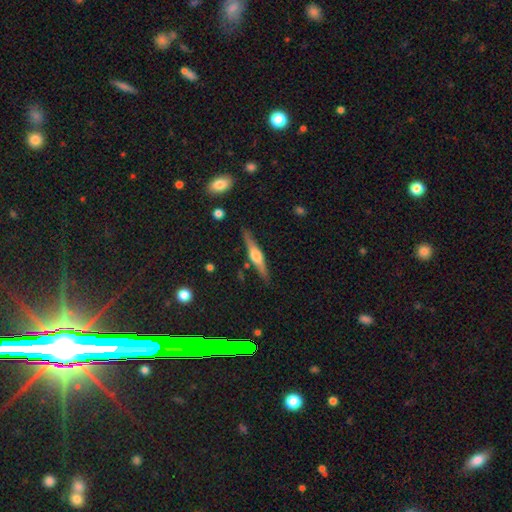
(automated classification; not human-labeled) This appears to be a featured or disk galaxy (71%) viewed edge-on (97%) with a rounded central bulge (89%). Merging: none (87%).